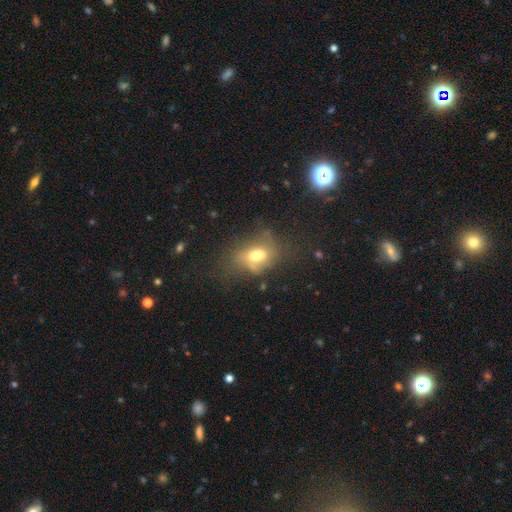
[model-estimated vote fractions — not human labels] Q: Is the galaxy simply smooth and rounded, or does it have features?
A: smooth — 61%.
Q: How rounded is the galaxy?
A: in between — 75%.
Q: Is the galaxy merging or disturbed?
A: none — 43%.